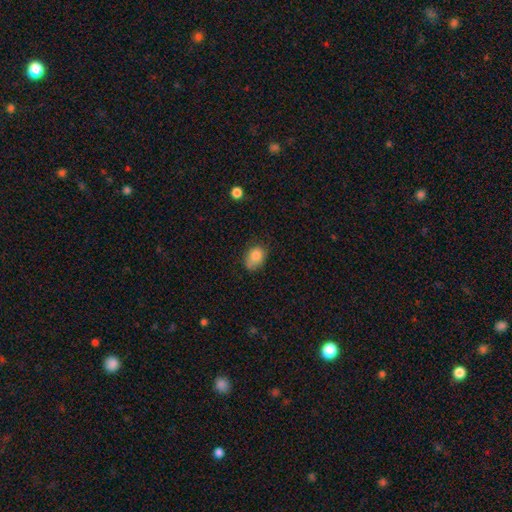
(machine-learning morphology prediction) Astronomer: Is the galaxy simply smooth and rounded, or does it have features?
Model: smooth — 83%.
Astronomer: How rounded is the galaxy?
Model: in between — 75%.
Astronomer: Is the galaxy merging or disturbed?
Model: none — 57%.